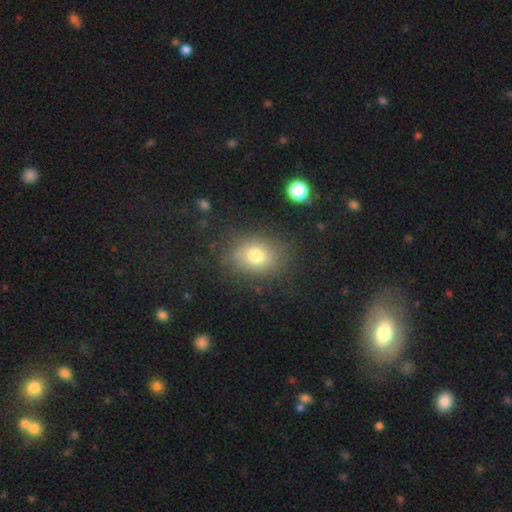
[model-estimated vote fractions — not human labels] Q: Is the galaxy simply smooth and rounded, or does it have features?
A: smooth — 74%.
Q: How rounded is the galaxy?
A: in between — 57%.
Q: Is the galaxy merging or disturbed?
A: none — 78%.